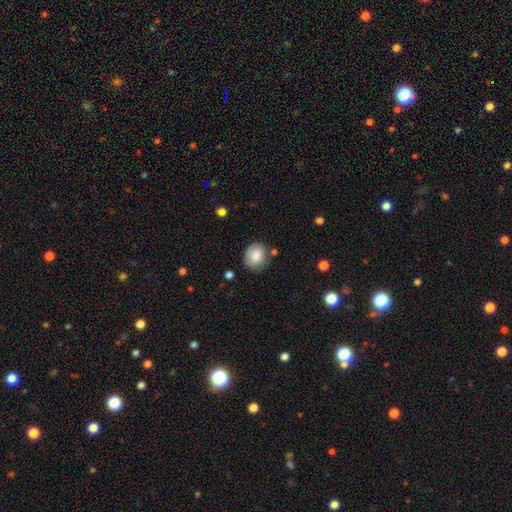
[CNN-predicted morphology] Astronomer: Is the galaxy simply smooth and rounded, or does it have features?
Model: smooth — 80%.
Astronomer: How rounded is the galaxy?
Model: round — 70%.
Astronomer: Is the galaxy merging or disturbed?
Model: none — 74%.